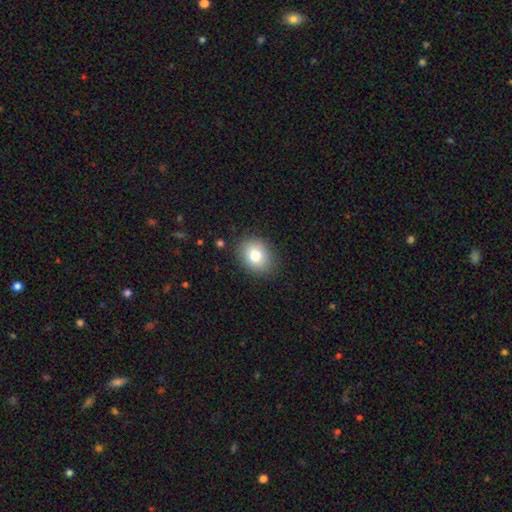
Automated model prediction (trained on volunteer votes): This appears to be a smooth galaxy with no disk features (80%) that is in between round and cigar-shaped (50%). Merging: none (86%).